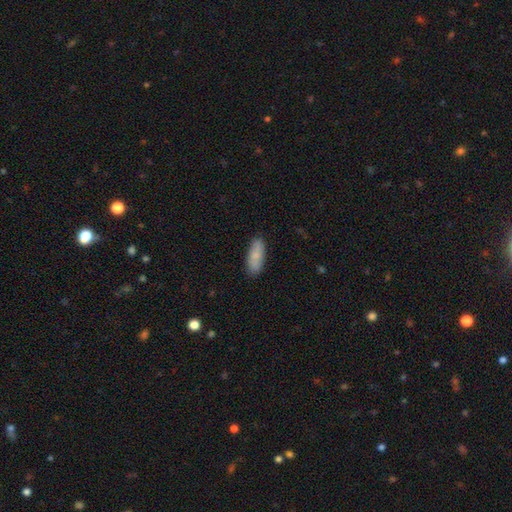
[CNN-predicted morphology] type=smooth (82%); roundness=in between (71%); merging=none (87%).